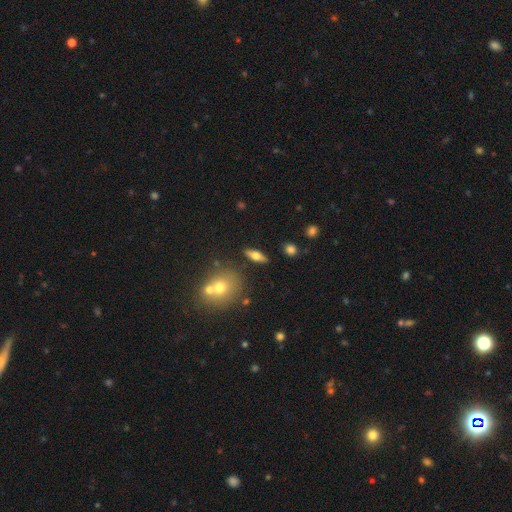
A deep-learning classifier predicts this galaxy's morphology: This appears to be a smooth galaxy with no disk features (47%). Merging: none (84%).